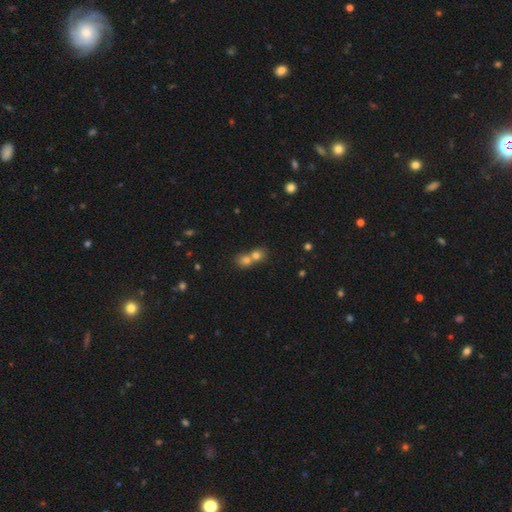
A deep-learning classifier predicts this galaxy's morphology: This appears to be a smooth galaxy with no disk features (60%) that is round (65%). Merging: none (45%, tied with merger).